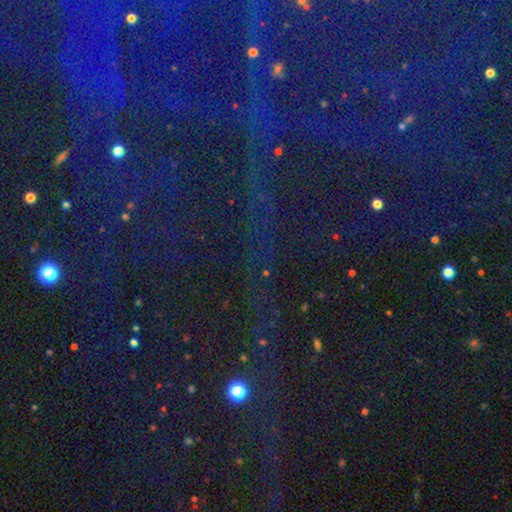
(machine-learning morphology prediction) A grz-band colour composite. It shows a star or artifact, not a galaxy (83%).